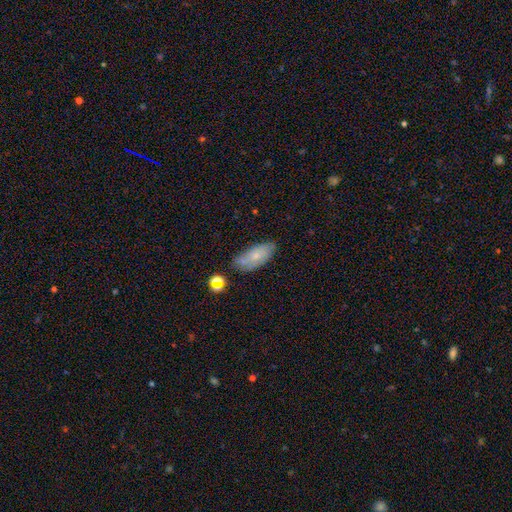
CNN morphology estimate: This appears to be a smooth galaxy with no disk features (66%) that is in between round and cigar-shaped (85%). Merging: none (60%).